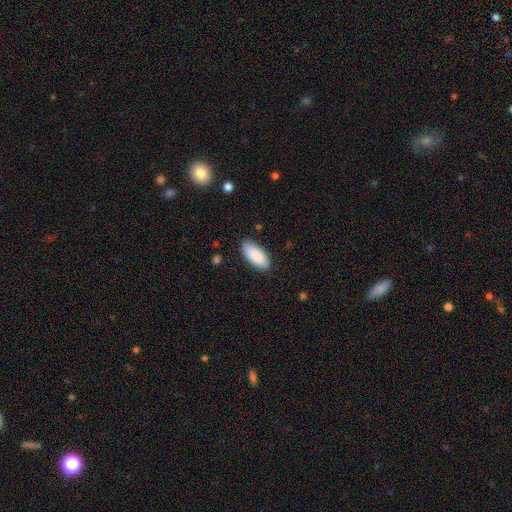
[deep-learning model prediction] Smooth or featured? smooth (89%)
How rounded? in between (89%)
Merging? none (85%)